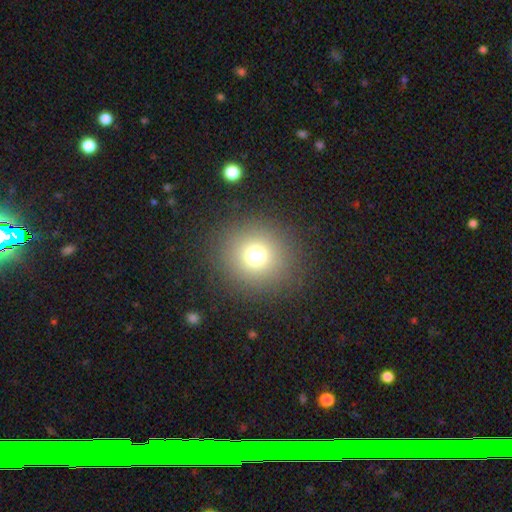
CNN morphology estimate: Q: Smooth or featured?
A: smooth (71%); runner-up: star or artifact (19%)
Q: How rounded?
A: round (93%); runner-up: in between (6%)
Q: Merging?
A: none (89%); runner-up: minor disturbance (6%)